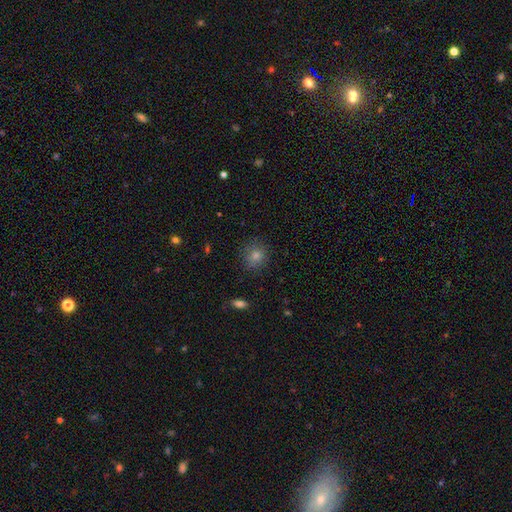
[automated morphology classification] Smooth or featured: smooth — 74% (star or artifact — 18%)
How rounded: round — 87% (in between — 12%)
Merging: none — 88% (minor disturbance — 9%)